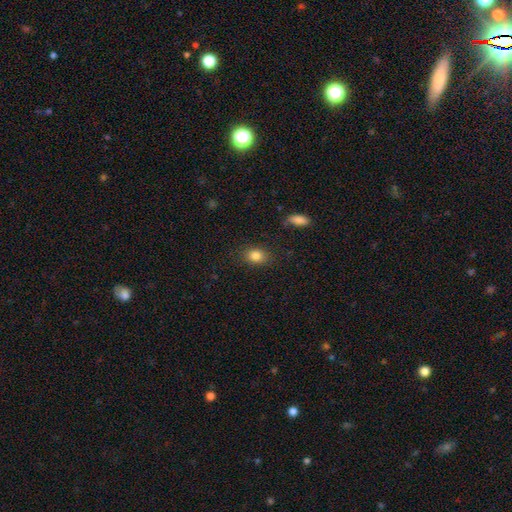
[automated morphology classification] Smooth or featured?
  - smooth: 84% *
  - star or artifact: 10%
  - featured or disk: 6%
How rounded?
  - in between: 64% *
  - round: 35%
  - cigar-shaped: 2%
Merging?
  - none: 84% *
  - minor disturbance: 11%
  - major disturbance: 3%
  - merger: 2%